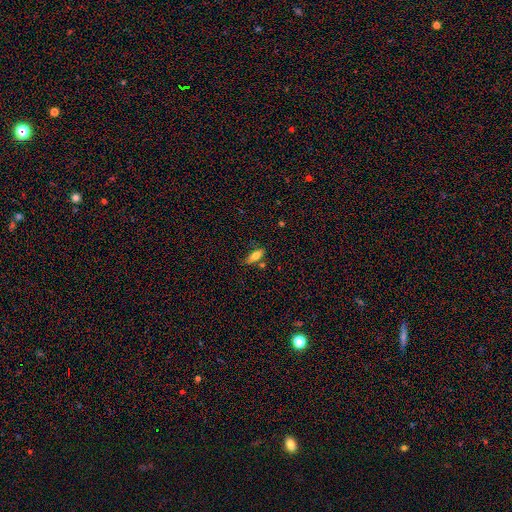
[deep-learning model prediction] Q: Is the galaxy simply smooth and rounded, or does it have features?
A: smooth — 71%.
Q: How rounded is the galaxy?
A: in between — 73%.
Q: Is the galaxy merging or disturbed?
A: none — 71%.